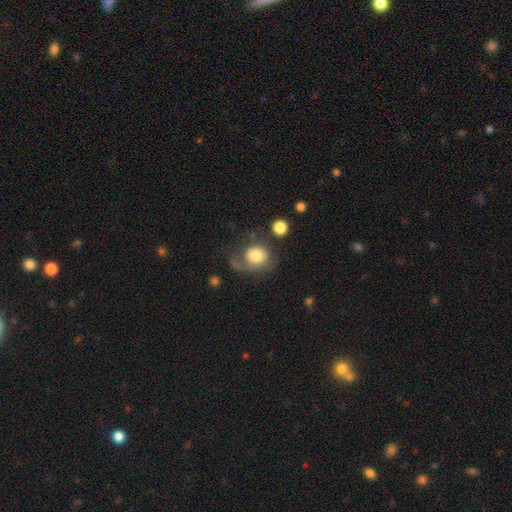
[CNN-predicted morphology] smooth 65%, featured or disk 27%, star or artifact 8%. Down the decision tree: how rounded — round (65%); merging — none (37%).